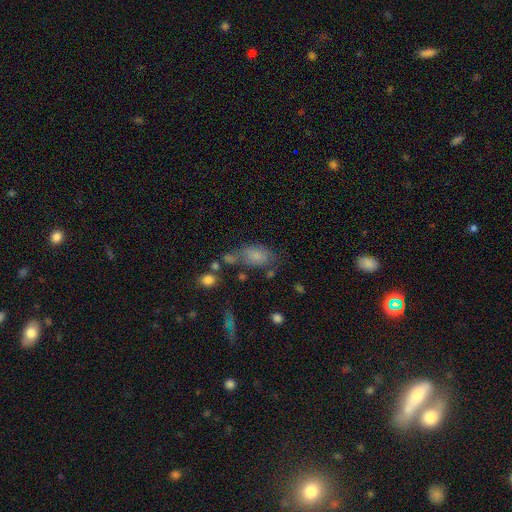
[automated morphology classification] This appears to be a smooth galaxy with no disk features (74%) that is in between round and cigar-shaped (85%). Merging: none (48%).